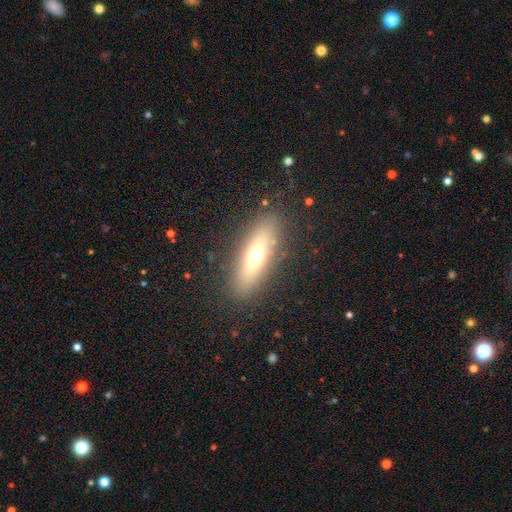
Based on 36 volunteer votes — Morphology: type=smooth (58%); roundness=cigar-shaped (62%); merging=none (74%).